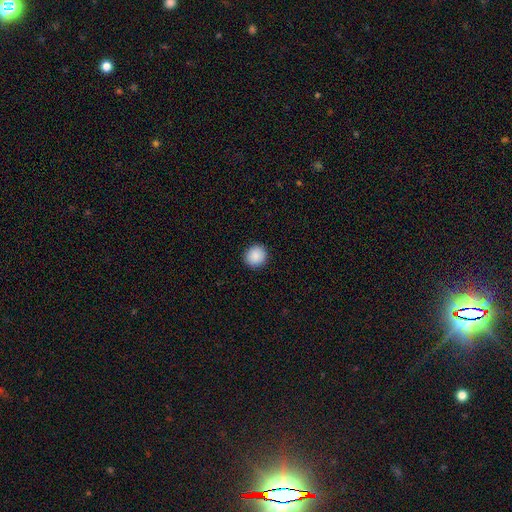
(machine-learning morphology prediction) This is clearly a smooth galaxy (89%). How rounded: clearly round (91%). Merging: clearly none (92%).